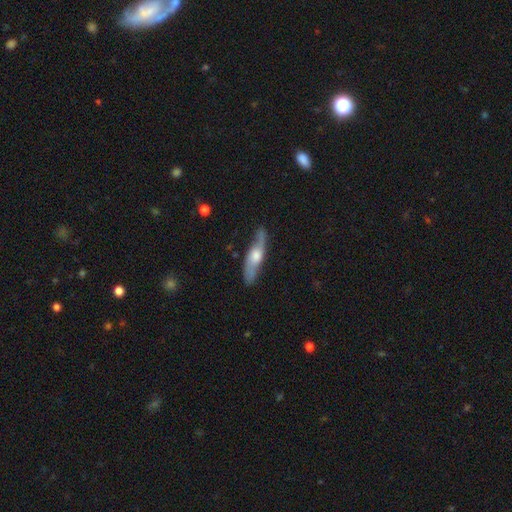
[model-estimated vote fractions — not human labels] Morphology: type=featured or disk (65%); edge-on=yes (60%); merging=none (79%).